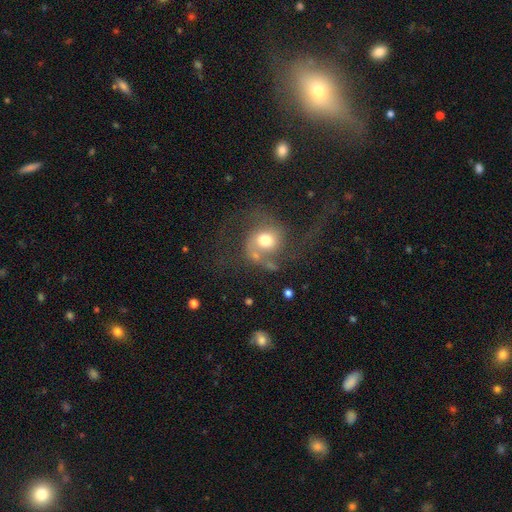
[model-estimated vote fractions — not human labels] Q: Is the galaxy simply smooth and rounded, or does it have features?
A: featured or disk — 65%.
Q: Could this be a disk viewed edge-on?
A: no — 97%.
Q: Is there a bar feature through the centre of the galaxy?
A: no — 68%.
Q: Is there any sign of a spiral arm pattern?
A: yes — 84%.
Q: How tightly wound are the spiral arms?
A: loose — 52%.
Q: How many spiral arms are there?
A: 2 — 67%.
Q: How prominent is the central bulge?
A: moderate — 60%.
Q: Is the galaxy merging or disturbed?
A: none — 42%.